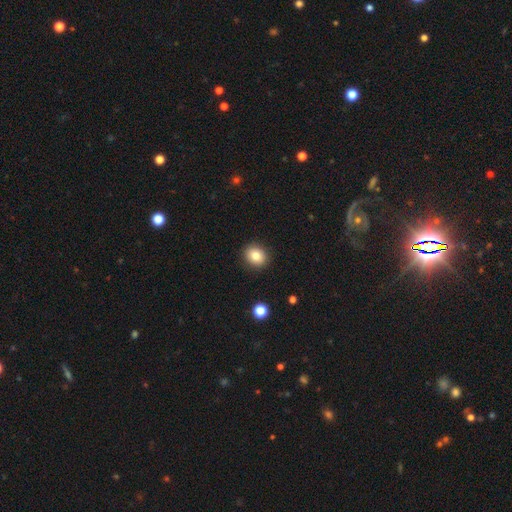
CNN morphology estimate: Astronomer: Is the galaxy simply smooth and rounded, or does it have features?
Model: smooth — 82%.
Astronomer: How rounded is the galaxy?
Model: round — 67%.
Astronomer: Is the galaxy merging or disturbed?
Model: none — 90%.